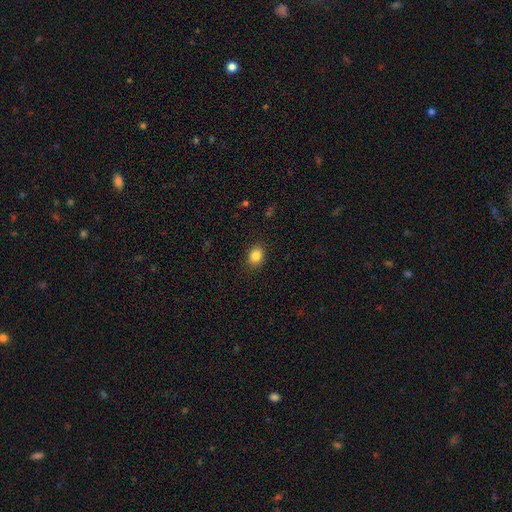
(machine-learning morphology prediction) Q: Smooth or featured?
A: smooth (85%); runner-up: star or artifact (10%)
Q: How rounded?
A: round (50%); runner-up: in between (49%)
Q: Merging?
A: none (89%); runner-up: minor disturbance (8%)